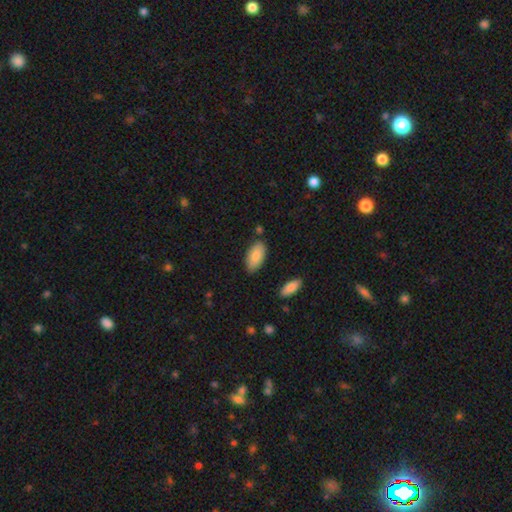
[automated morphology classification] The model was most divided on "merging": none: 79%, minor disturbance: 15%, merger: 3%, major disturbance: 3%. More confident: how rounded — in between (91%); smooth or featured — smooth (87%).